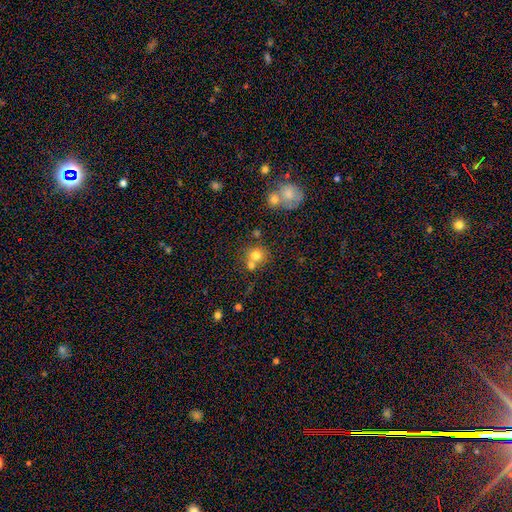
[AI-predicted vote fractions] Overall: smooth (73%). How rounded: round (85%). Merging: none (53%; merger 34%).